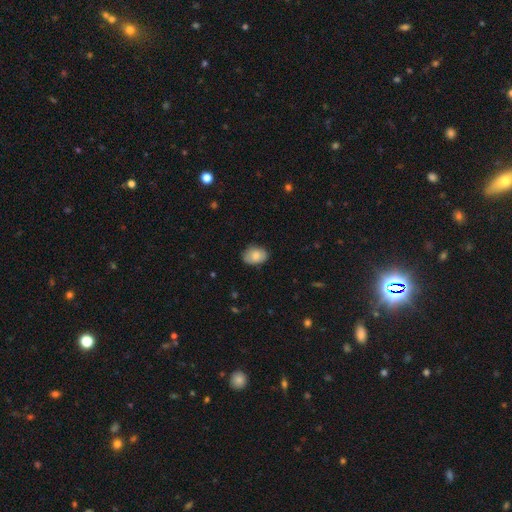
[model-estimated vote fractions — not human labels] A smooth galaxy with no disk features (84%) that is in between round and cigar-shaped (77%). Merging: none (80%).